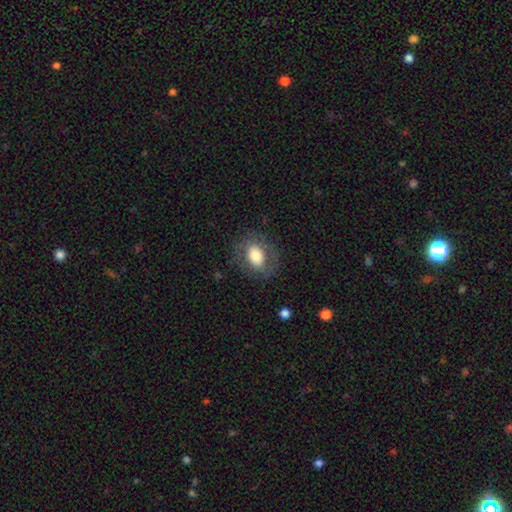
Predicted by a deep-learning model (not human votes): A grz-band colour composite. It shows a smooth galaxy with no disk features (66%) that is in between round and cigar-shaped (70%). Merging: none (77%).